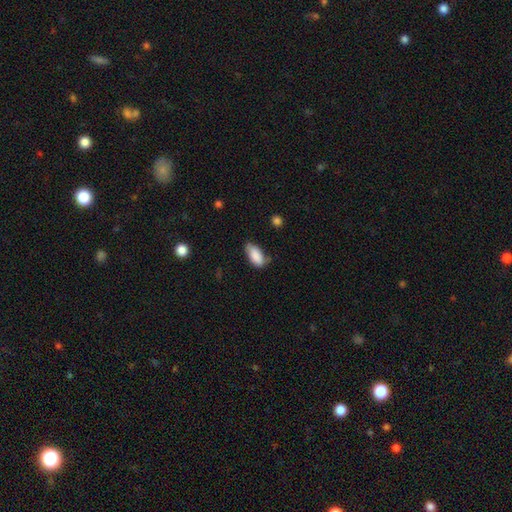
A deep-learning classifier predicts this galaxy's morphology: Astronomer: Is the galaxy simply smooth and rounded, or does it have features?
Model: smooth — 87%.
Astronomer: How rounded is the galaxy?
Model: in between — 91%.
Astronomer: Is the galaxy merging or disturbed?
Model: none — 58%.